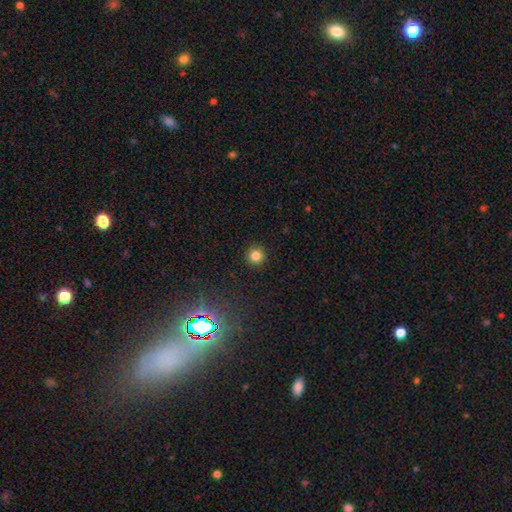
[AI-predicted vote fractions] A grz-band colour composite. It shows a smooth galaxy with no disk features (81%) that is round (96%). Merging: none (93%).